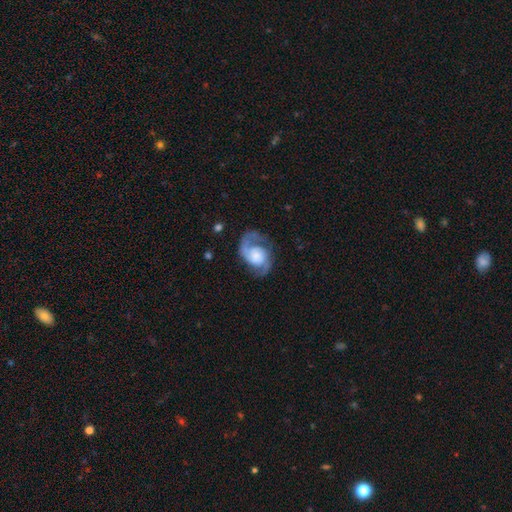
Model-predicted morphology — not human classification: type=featured or disk (84%); edge-on=no (98%); bar=no (68%); spiral arms=yes (95%); winding=medium (51%); arm count=2 (86%); bulge=small (30%); merging=none (64%).